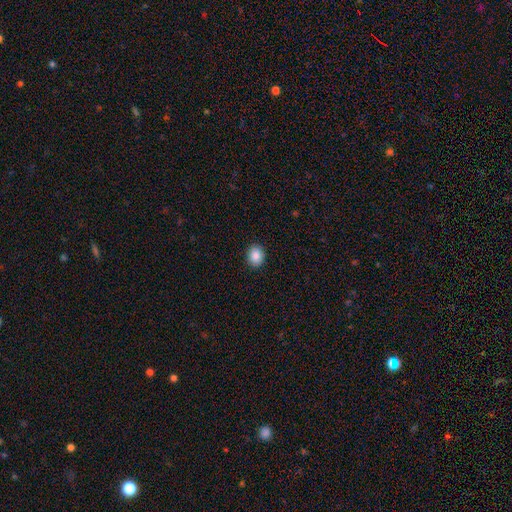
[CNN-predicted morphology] Smooth or featured?
  - smooth: 88% *
  - star or artifact: 8%
  - featured or disk: 4%
How rounded?
  - round: 55% *
  - in between: 44%
  - cigar-shaped: 1%
Merging?
  - none: 91% *
  - minor disturbance: 7%
  - major disturbance: 2%
  - merger: 1%